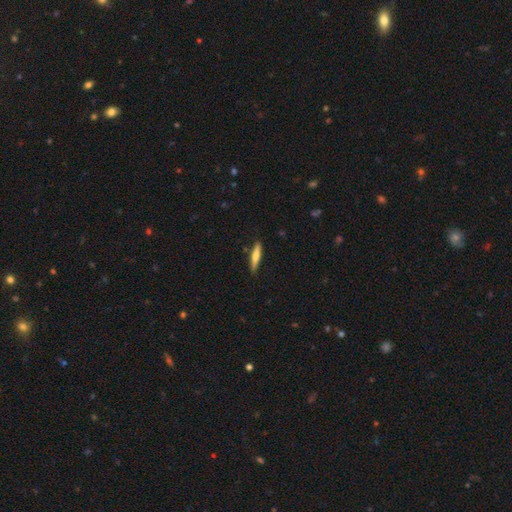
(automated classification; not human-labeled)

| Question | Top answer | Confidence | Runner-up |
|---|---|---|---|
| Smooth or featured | smooth | 61% | featured or disk (33%) |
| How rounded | cigar-shaped | 88% | in between (10%) |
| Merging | none | 86% | minor disturbance (10%) |